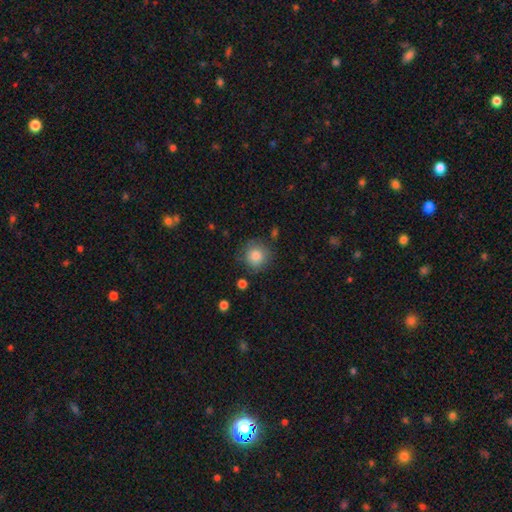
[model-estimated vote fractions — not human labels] This appears to be a smooth galaxy with no disk features (84%) that is round (91%). Merging: none (77%).